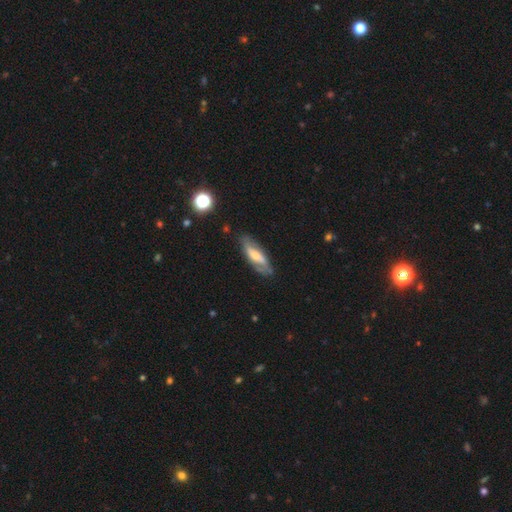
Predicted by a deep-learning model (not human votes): A featured or disk galaxy (55%). Merging: none (70%).